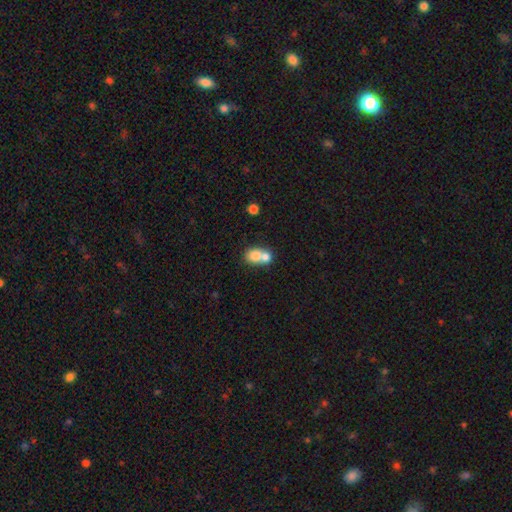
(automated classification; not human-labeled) This is likely a smooth galaxy (76%). How rounded: possibly round (56%). Merging: likely merger (67%).